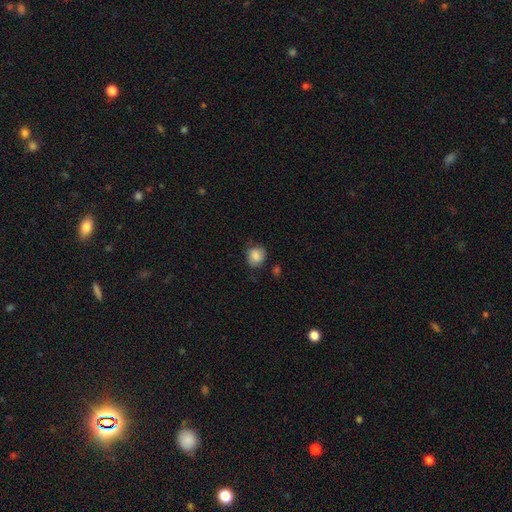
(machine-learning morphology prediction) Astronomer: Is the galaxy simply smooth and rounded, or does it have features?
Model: smooth — 83%.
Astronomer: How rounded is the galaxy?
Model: round — 71%.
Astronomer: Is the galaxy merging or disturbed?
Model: none — 70%.